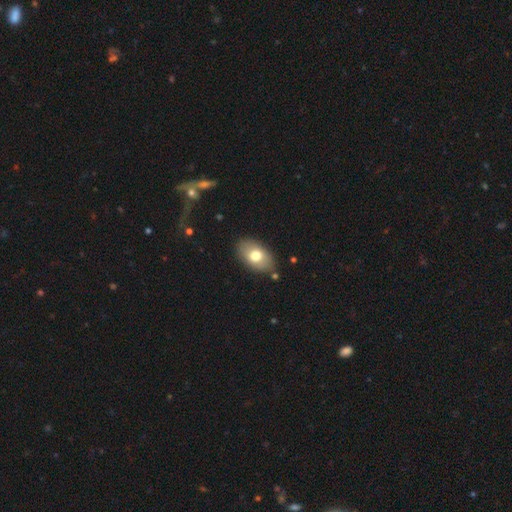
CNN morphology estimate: The model was most divided on "smooth or featured": smooth: 73%, featured or disk: 20%, star or artifact: 7%. More confident: how rounded — in between (91%); merging — none (84%).